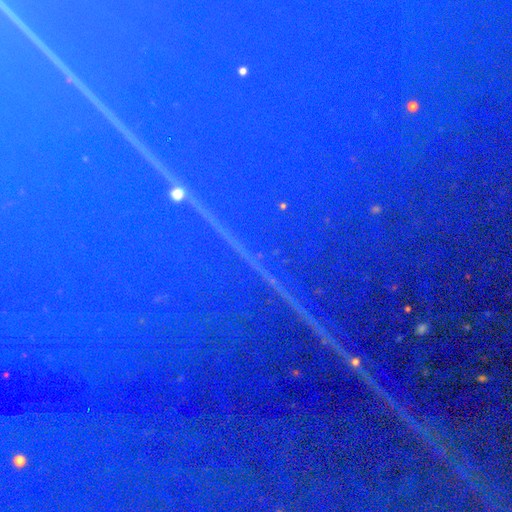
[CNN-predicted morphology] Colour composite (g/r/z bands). It shows a star or artifact, not a galaxy (85%).